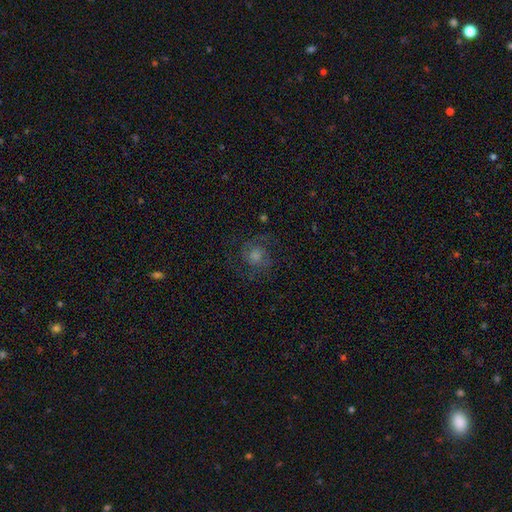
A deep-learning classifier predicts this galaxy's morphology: smooth-or-featured: featured or disk: 46% | smooth: 41% | star or artifact: 13%
  merging: none: 64% | major disturbance: 18% | minor disturbance: 17% | merger: 2%